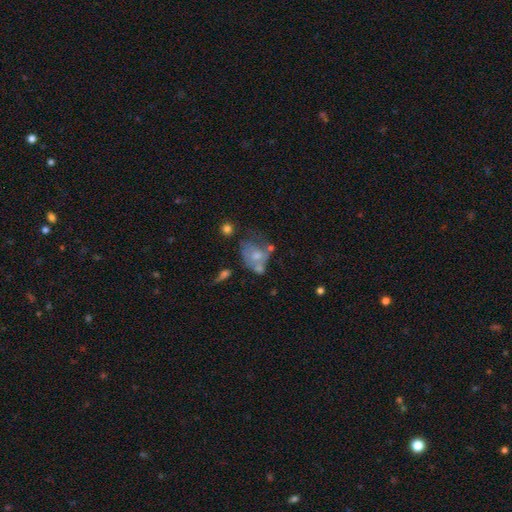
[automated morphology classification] smooth 50%, featured or disk 40%, star or artifact 10%. Down the decision tree: how rounded — in between (64%); merging — merger (28%).